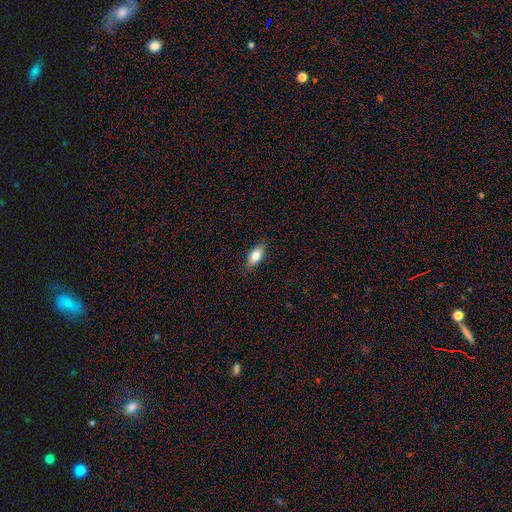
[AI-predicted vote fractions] Overall: smooth (77%). How rounded: in between (86%). Merging: none (86%).